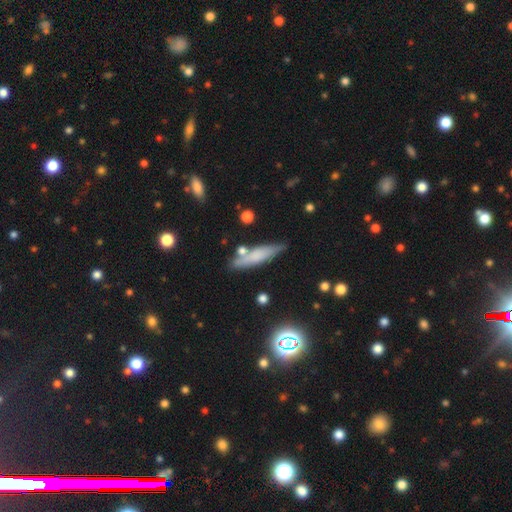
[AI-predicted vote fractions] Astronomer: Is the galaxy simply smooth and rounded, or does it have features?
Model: smooth — 60%.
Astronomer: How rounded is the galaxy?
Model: cigar-shaped — 76%.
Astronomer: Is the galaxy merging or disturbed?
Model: none — 74%.